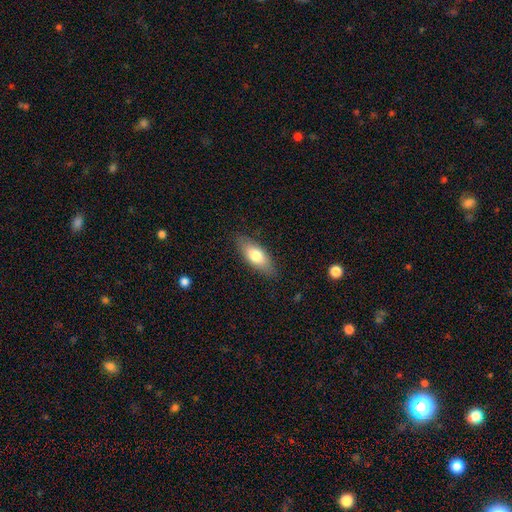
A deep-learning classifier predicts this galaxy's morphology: Q: Smooth or featured?
A: smooth (74%); runner-up: featured or disk (20%)
Q: How rounded?
A: in between (78%); runner-up: cigar-shaped (19%)
Q: Merging?
A: none (85%); runner-up: minor disturbance (11%)